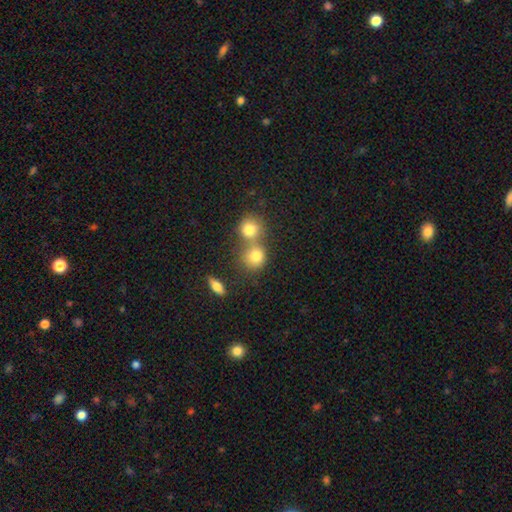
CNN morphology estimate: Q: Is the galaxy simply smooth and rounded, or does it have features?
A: smooth — 79%.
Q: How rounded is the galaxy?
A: round — 82%.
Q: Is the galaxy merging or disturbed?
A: merger — 52%.